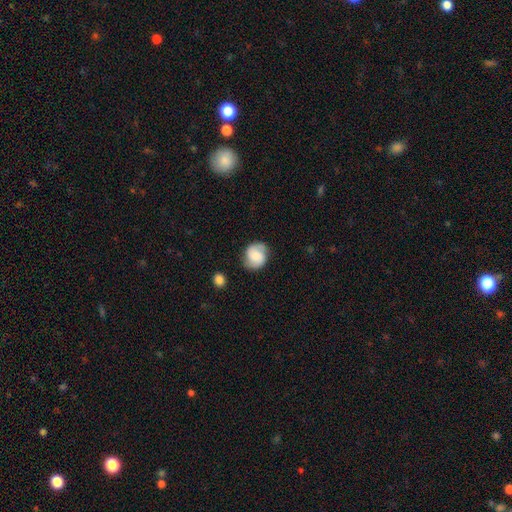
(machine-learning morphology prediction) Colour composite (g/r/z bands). It shows a featured or disk galaxy (54%) with no bar (58%), spiral arms (93%) and a moderate central bulge (36%). Merging: none (77%).